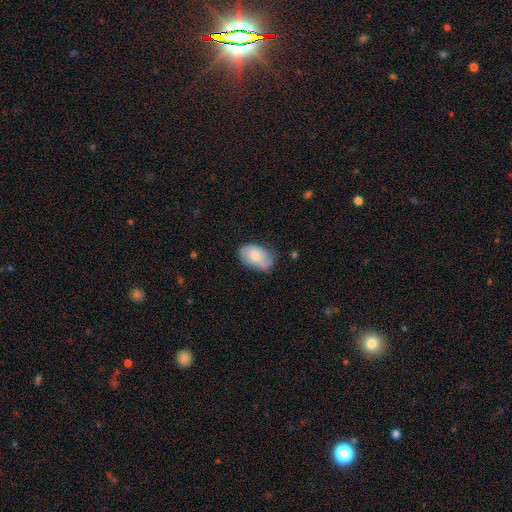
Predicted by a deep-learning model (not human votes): smooth 76%, featured or disk 18%, star or artifact 6%. Down the decision tree: how rounded — in between (92%); merging — none (66%).